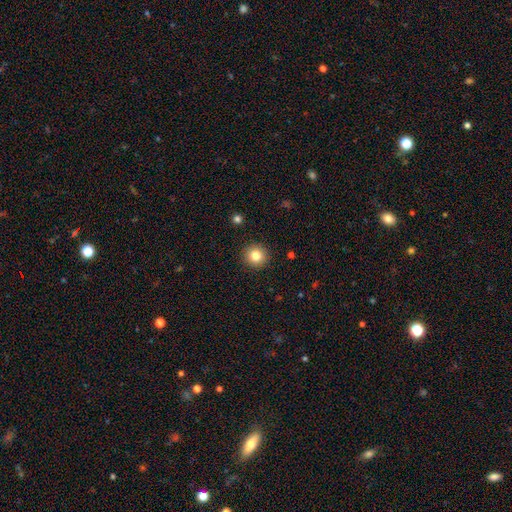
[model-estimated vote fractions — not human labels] smooth 82%, star or artifact 10%, featured or disk 7%. Down the decision tree: how rounded — round (95%); merging — none (92%).